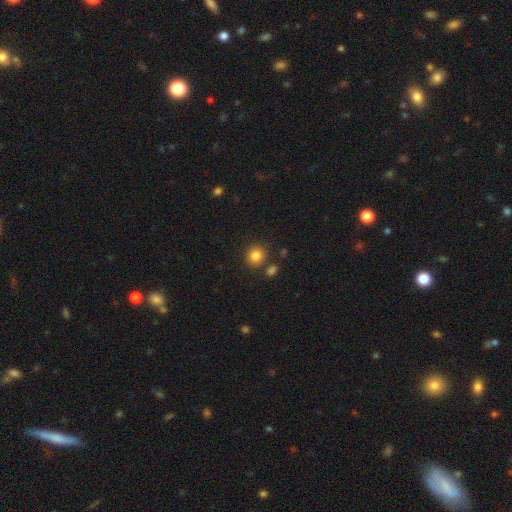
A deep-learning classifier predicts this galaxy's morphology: Smooth or featured? Predicted: smooth (p=0.84). How rounded? Predicted: round (p=0.86). Merging? Predicted: none (p=0.79).